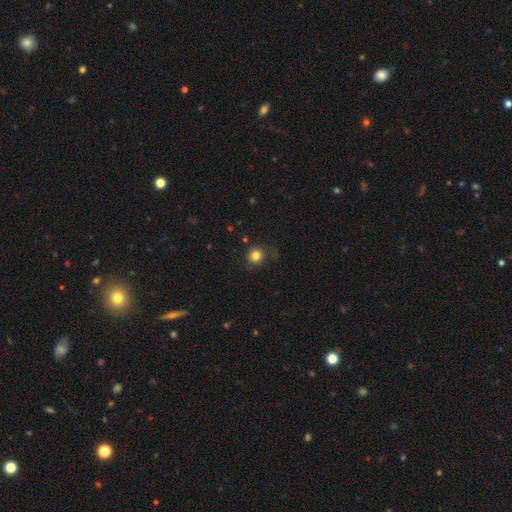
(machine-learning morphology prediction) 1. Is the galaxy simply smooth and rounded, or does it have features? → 82% smooth, 13% star or artifact, 6% featured or disk.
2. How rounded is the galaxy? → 91% round, 8% in between, 1% cigar-shaped.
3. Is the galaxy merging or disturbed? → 83% none, 12% minor disturbance, 3% major disturbance, 2% merger.